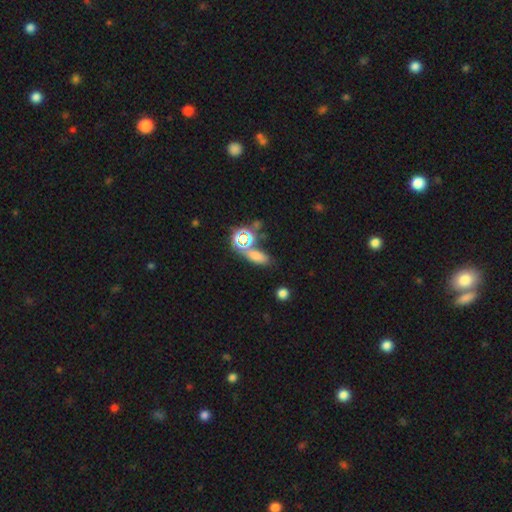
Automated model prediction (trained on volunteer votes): Q: Smooth or featured?
A: smooth (63%); runner-up: star or artifact (27%)
Q: How rounded?
A: in between (68%); runner-up: cigar-shaped (17%)
Q: Merging?
A: none (59%); runner-up: merger (20%)